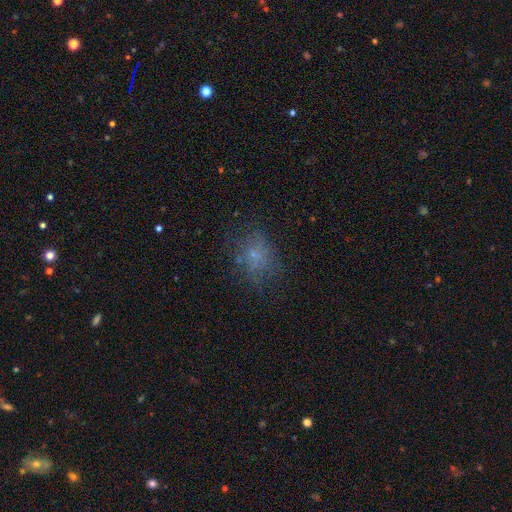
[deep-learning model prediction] Morphology: type=smooth (56%); roundness=in between (52%); merging=none (63%).